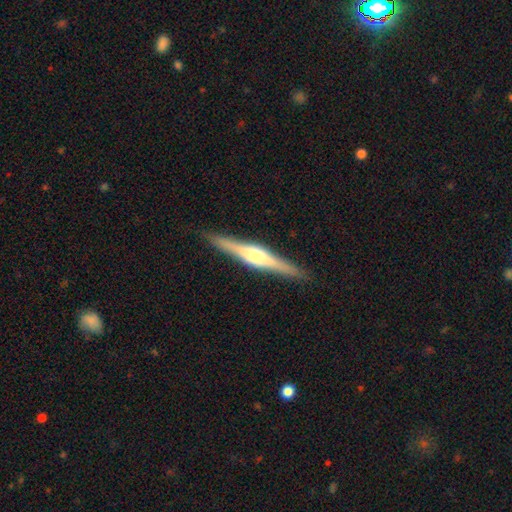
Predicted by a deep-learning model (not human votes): Smooth or featured? Predicted: featured or disk (p=0.74). Edge-on disk? Predicted: yes (p=0.98). Edge-on bulge? Predicted: rounded (p=0.75). Merging? Predicted: none (p=0.90).